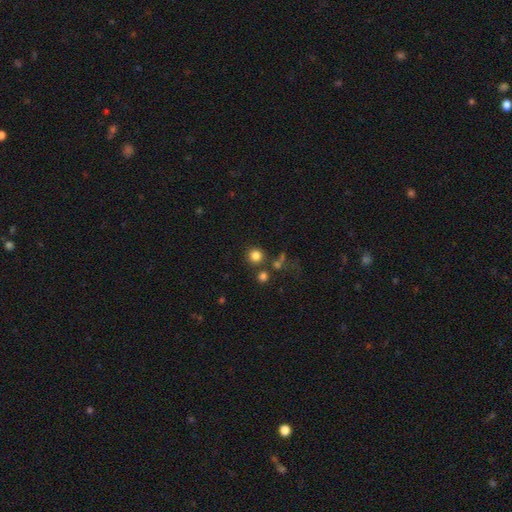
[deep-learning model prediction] Morphology: type=smooth (80%); roundness=round (93%); merging=none (79%).